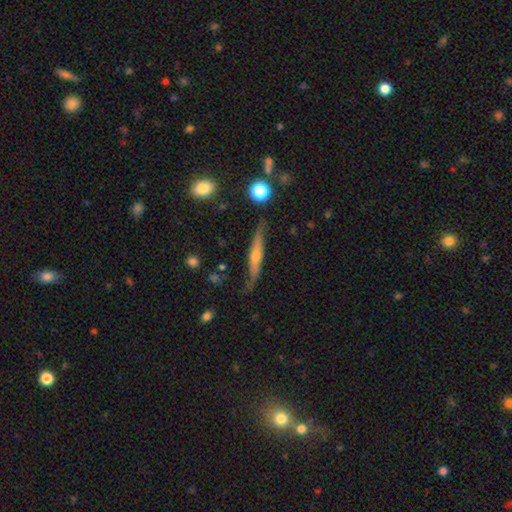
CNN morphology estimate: Smooth or featured? featured or disk (62%)
Edge-on disk? yes (87%)
Edge-on bulge? rounded (73%)
Merging? none (69%)